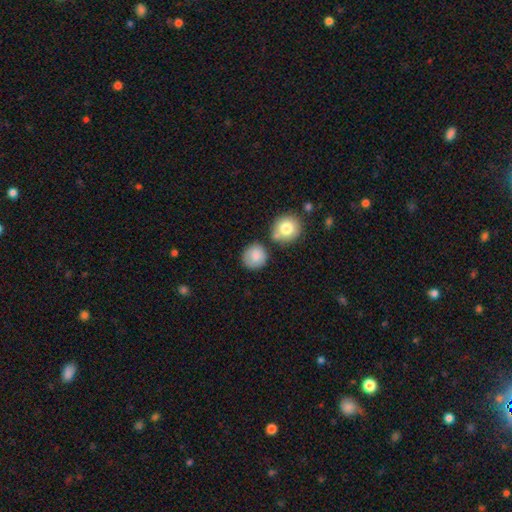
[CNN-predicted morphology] Smooth or featured? Predicted: smooth (p=0.85). How rounded? Predicted: round (p=0.89). Merging? Predicted: none (p=0.74).